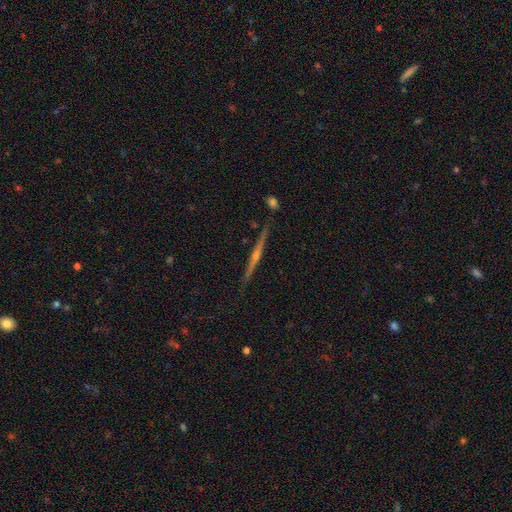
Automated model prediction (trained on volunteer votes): smooth-or-featured: featured or disk: 75% | smooth: 15% | star or artifact: 10%
  disk-edge-on: yes: 97% | no: 3%
    edge-on-bulge: rounded: 74% | none: 18% | boxy: 8%
  merging: none: 87% | minor disturbance: 8% | merger: 3% | major disturbance: 2%